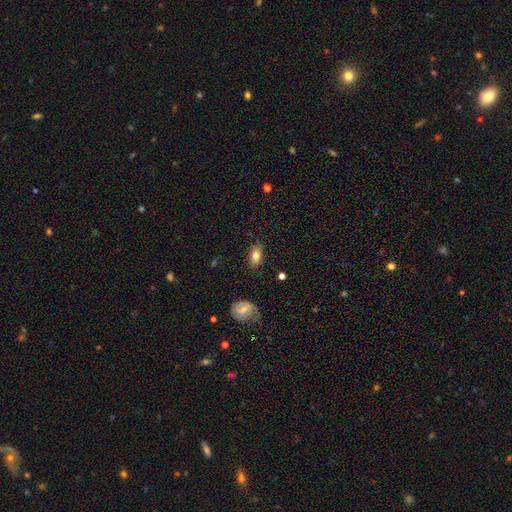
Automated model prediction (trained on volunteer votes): A smooth galaxy with no disk features (79%) that is in between round and cigar-shaped (88%). Merging: none (81%).